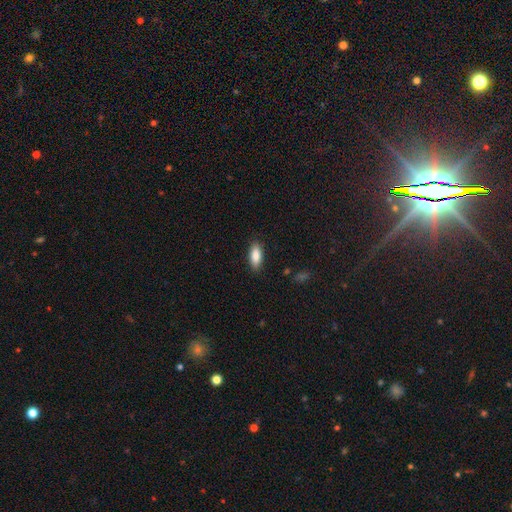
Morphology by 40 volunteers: smooth 88%, star or artifact 10%, featured or disk 2%. Down the decision tree: how rounded — in between (74%); merging — none (97%).